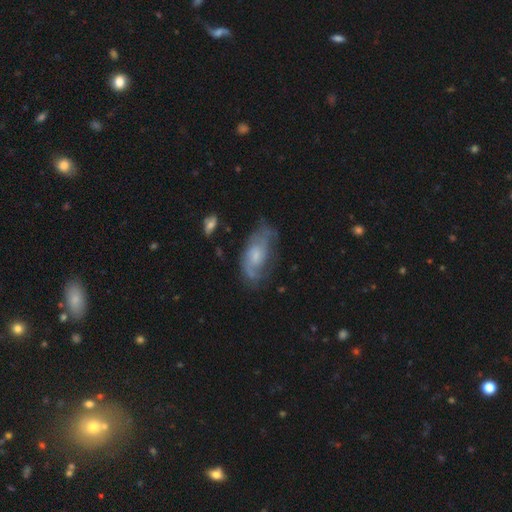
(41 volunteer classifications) Overall: featured or disk (80%). Edge-on disk: no (97%). Bar: no (75%). Spiral arms: yes (84%). Spiral arm count: 2 (59%; can't tell 26%). Spiral winding: tight (37%, tied with medium). Bulge size: small (47%; moderate 38%). Merging: none (61%; minor disturbance 32%).